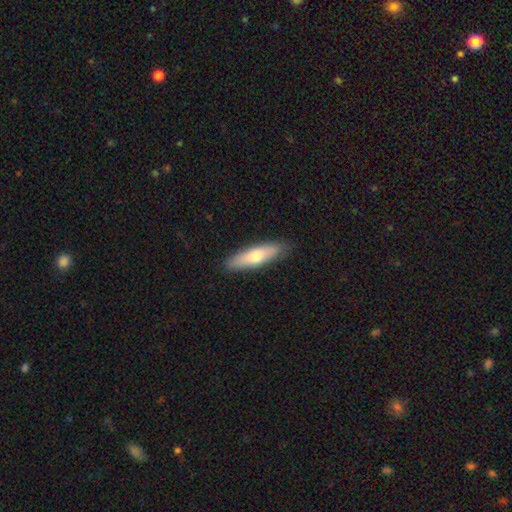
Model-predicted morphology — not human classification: A smooth galaxy with no disk features (67%) that is cigar-shaped (65%).

Vote fractions:
- Smooth or featured? smooth: 67% / featured or disk: 28% / star or artifact: 6%
- How rounded? cigar-shaped: 65% / in between: 33% / round: 2%
- Merging? none: 87% / minor disturbance: 10% / major disturbance: 2% / merger: 1%